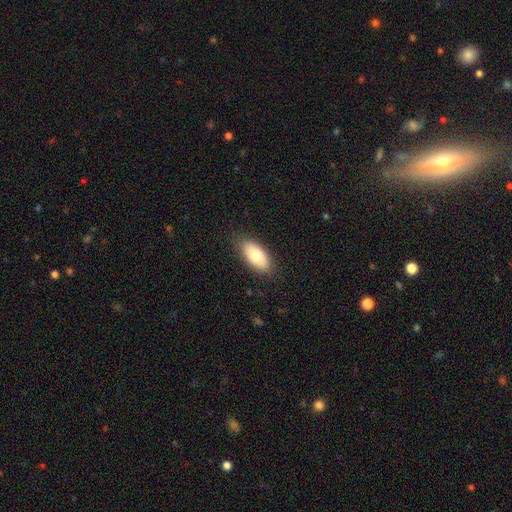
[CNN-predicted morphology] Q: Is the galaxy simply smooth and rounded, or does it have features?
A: smooth — 77%.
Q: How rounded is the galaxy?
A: in between — 91%.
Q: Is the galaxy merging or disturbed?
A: none — 85%.